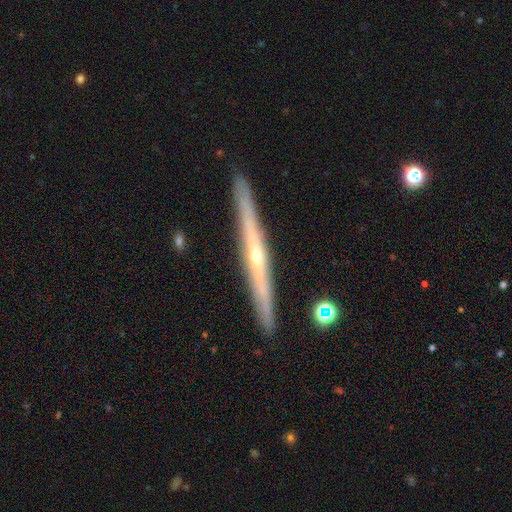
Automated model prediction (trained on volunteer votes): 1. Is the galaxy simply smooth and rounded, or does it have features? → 77% featured or disk, 17% smooth, 6% star or artifact.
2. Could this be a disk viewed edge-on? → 97% yes, 3% no.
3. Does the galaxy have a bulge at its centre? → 69% rounded, 28% none, 2% boxy.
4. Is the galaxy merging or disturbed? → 91% none, 6% minor disturbance, 1% major disturbance, 1% merger.